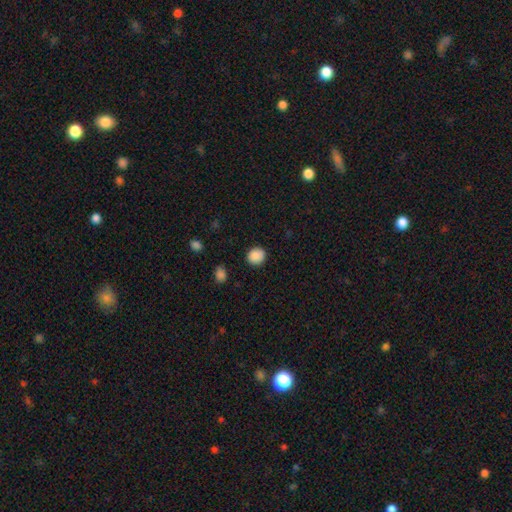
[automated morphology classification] smooth-or-featured: smooth: 88% | star or artifact: 9% | featured or disk: 3%
  how-rounded: round: 85% | in between: 14% | cigar-shaped: 1%
  merging: none: 89% | minor disturbance: 8% | major disturbance: 2% | merger: 1%